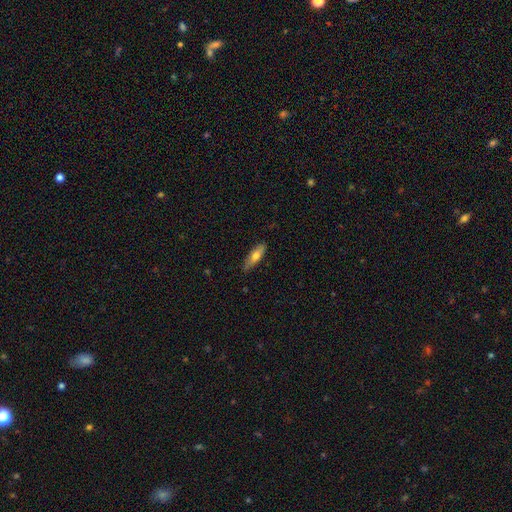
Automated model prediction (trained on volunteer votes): A smooth galaxy with no disk features (68%) that is cigar-shaped (52%). Merging: none (82%).